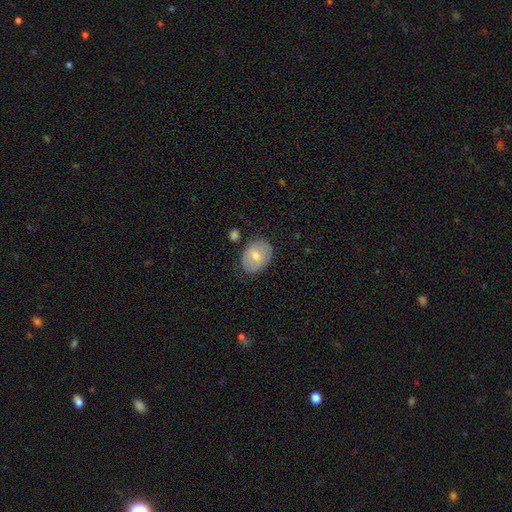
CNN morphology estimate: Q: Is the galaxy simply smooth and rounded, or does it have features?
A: smooth — 63%.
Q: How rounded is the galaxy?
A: in between — 68%.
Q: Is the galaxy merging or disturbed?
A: none — 76%.